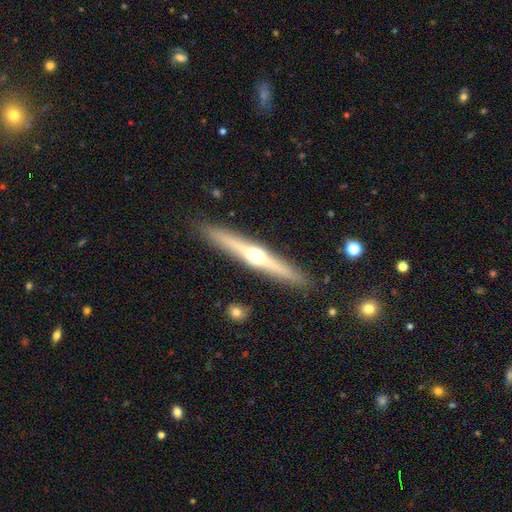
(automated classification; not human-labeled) Morphology: type=featured or disk (70%); edge-on=yes (97%); edge-on bulge=rounded (93%); merging=none (90%).